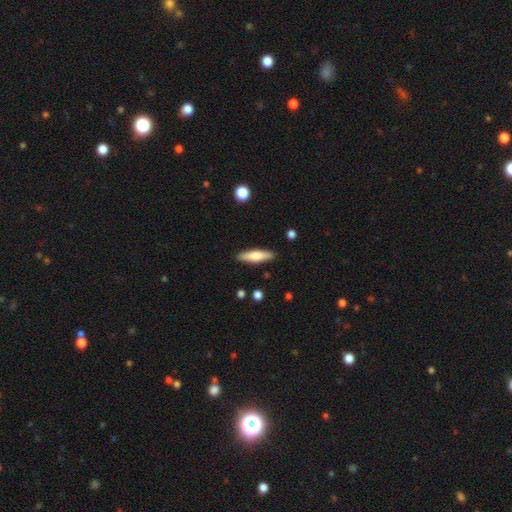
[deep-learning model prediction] The model was most divided on "how rounded": cigar-shaped: 66%, in between: 32%, round: 2%. More confident: merging — none (88%); smooth or featured — smooth (70%).